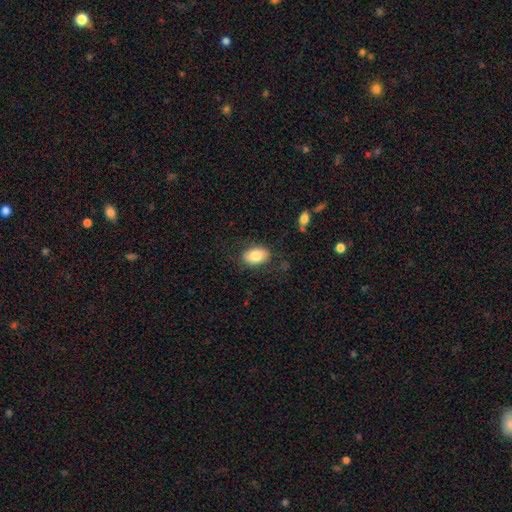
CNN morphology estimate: A smooth galaxy with no disk features (79%) that is in between round and cigar-shaped (85%). Merging: none (79%).